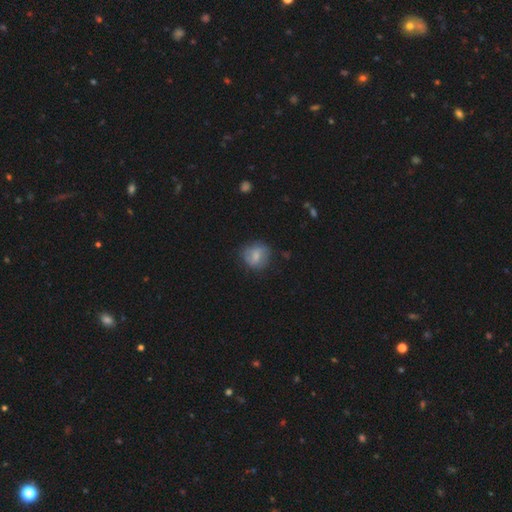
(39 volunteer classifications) Overall: smooth (72%). How rounded: round (82%). Merging: none (74%).